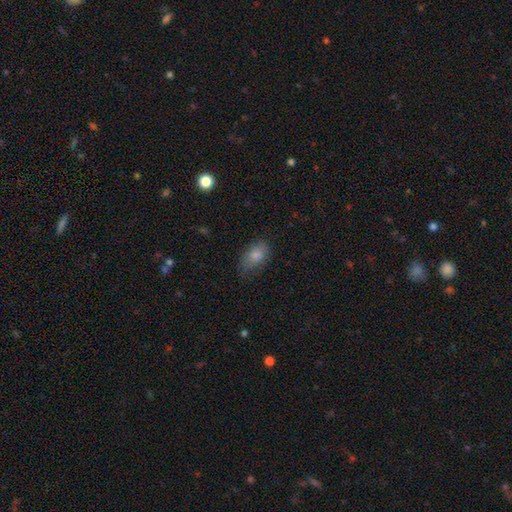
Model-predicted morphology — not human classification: smooth_or_featured: smooth (p=0.78) [alt: featured or disk p=0.12]
how_rounded: in between (p=0.88) [alt: round p=0.09]
merging: none (p=0.68) [alt: minor disturbance p=0.24]